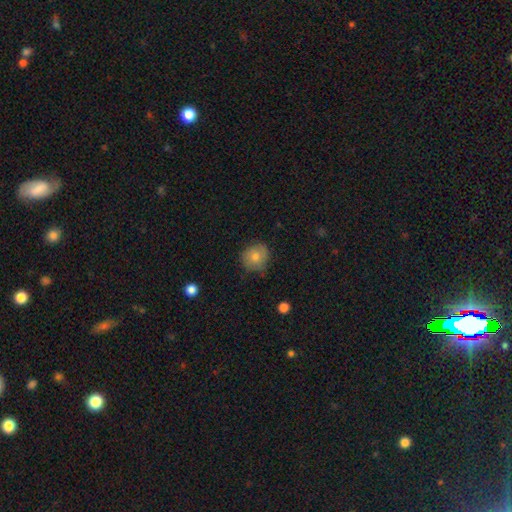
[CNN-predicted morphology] smooth-or-featured: smooth: 71% | featured or disk: 18% | star or artifact: 10%
  how-rounded: round: 87% | in between: 12% | cigar-shaped: 1%
  merging: none: 76% | minor disturbance: 19% | major disturbance: 4% | merger: 1%